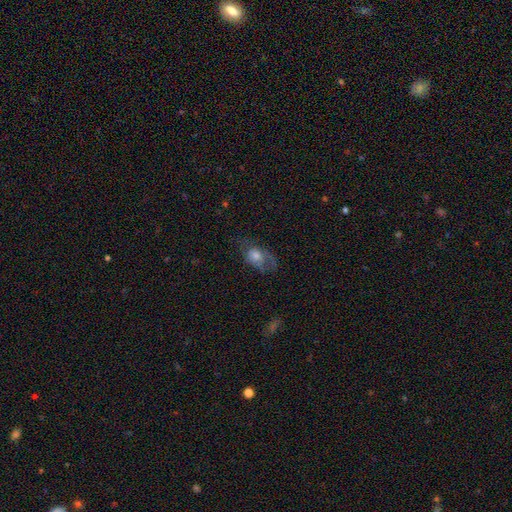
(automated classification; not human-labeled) Smooth or featured? Predicted: smooth (p=0.48). Merging? Predicted: none (p=0.46).